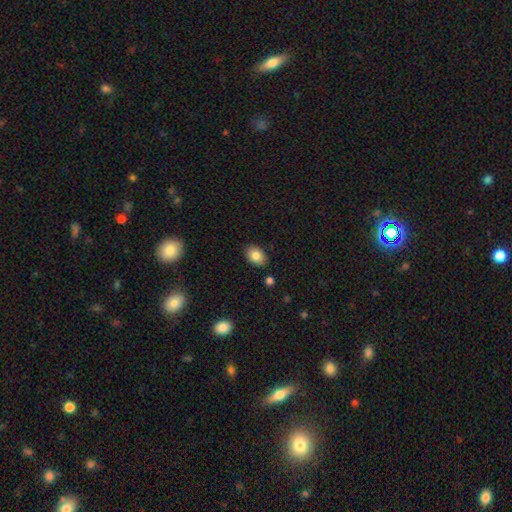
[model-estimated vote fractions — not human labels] A smooth galaxy with no disk features (84%) that is in between round and cigar-shaped (85%). Merging: none (85%).